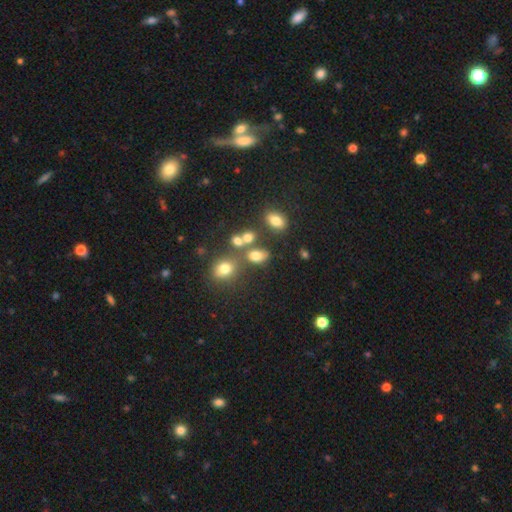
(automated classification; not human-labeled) smooth 70%, star or artifact 17%, featured or disk 12%. Down the decision tree: how rounded — in between (70%); merging — none (50%).